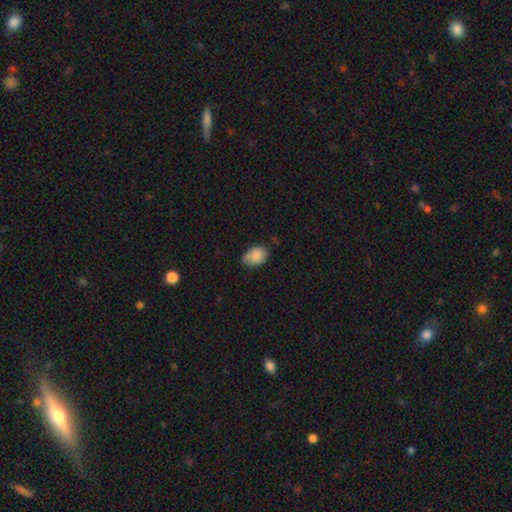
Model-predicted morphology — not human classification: This appears to be a smooth galaxy with no disk features (84%) that is in between round and cigar-shaped (77%). Merging: none (62%).